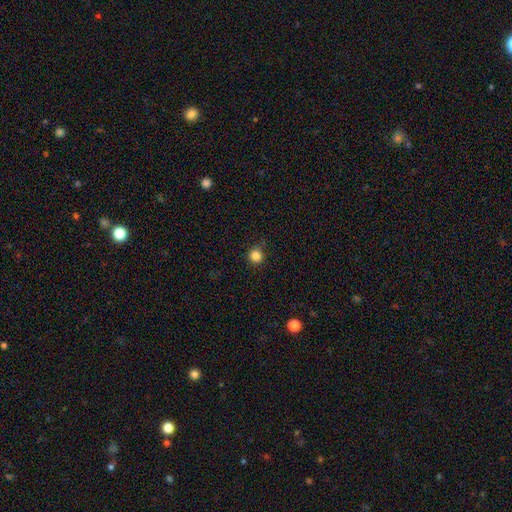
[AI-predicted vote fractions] The model was most divided on "smooth or featured": smooth: 84%, star or artifact: 12%, featured or disk: 4%. More confident: how rounded — round (94%); merging — none (87%).